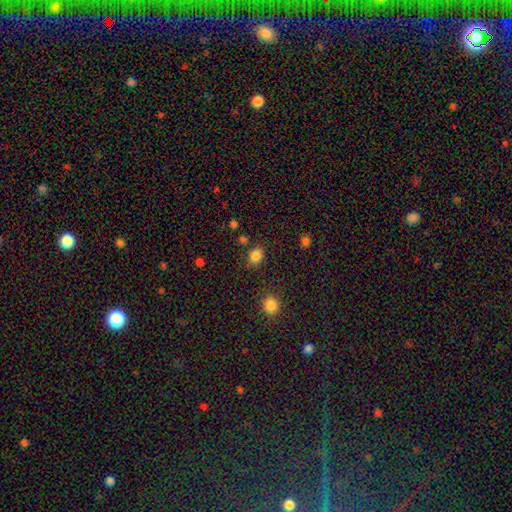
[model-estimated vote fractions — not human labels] Overall: smooth (84%). How rounded: round (58%; in between 41%). Merging: none (80%).